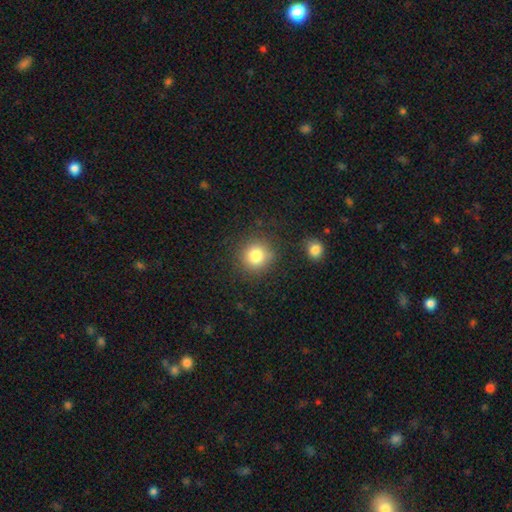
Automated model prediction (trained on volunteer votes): A smooth galaxy with no disk features (81%) that is round (91%).

Vote fractions:
- Smooth or featured? smooth: 81% / star or artifact: 11% / featured or disk: 7%
- How rounded? round: 91% / in between: 8% / cigar-shaped: 1%
- Merging? none: 83% / minor disturbance: 10% / major disturbance: 4% / merger: 4%